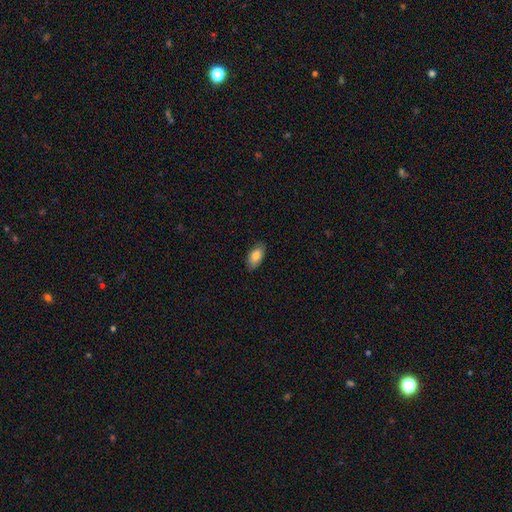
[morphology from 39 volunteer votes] A smooth galaxy with no disk features (87%) that is in between round and cigar-shaped (94%). Merging: none (79%).